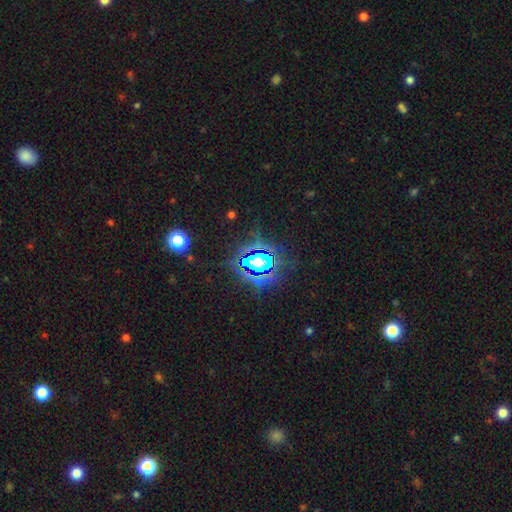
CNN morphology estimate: star or artifact 83%, smooth 10%, featured or disk 7%.